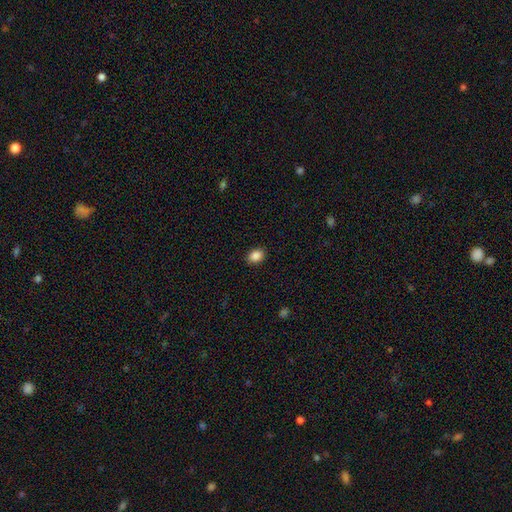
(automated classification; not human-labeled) smooth-or-featured: smooth: 88% | star or artifact: 9% | featured or disk: 3%
  how-rounded: in between: 70% | round: 29% | cigar-shaped: 1%
  merging: none: 89% | minor disturbance: 8% | major disturbance: 2% | merger: 1%